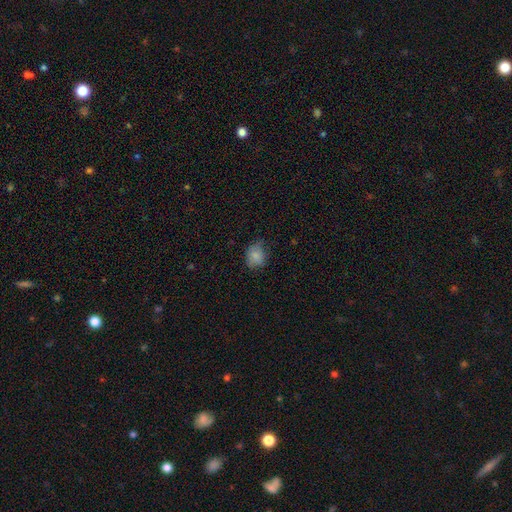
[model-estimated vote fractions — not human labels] Smooth or featured? smooth (83%)
How rounded? round (56%)
Merging? none (64%)